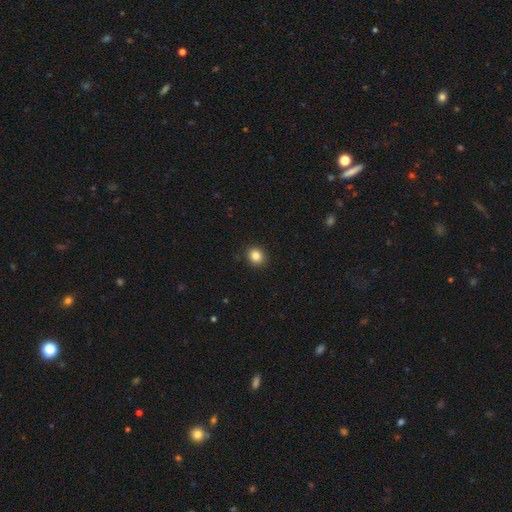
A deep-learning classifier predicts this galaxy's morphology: Smooth or featured?
  - smooth: 85% *
  - star or artifact: 10%
  - featured or disk: 4%
How rounded?
  - round: 72% *
  - in between: 27%
  - cigar-shaped: 1%
Merging?
  - none: 89% *
  - minor disturbance: 8%
  - major disturbance: 2%
  - merger: 1%